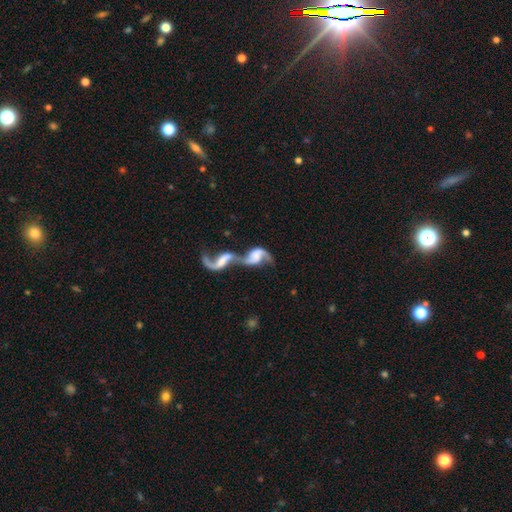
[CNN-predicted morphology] The model was most divided on "bar": no: 46%, weak: 35%, strong: 19%. Remaining: edge-on disk — no (95%); spiral arms — yes (88%); spiral arm count — 2 (81%); merging — merger (80%); spiral winding — loose (78%); smooth or featured — featured or disk (76%); bulge size — none (40%).